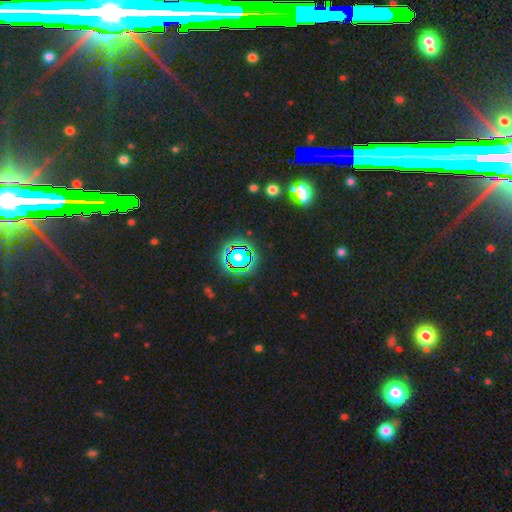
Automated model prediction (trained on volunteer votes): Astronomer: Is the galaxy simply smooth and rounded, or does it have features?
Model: star or artifact — 79%.